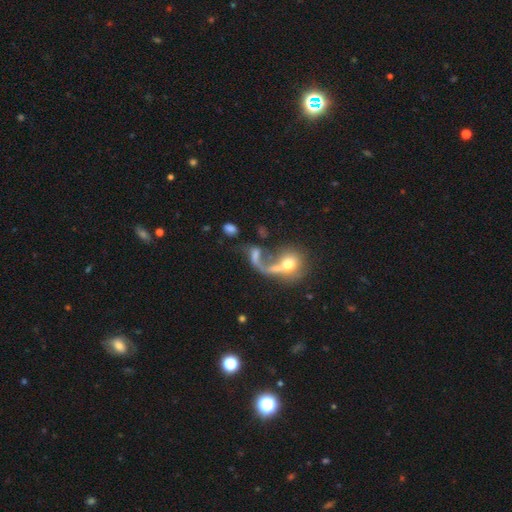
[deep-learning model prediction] Smooth or featured? featured or disk (48%)
Merging? merger (46%)